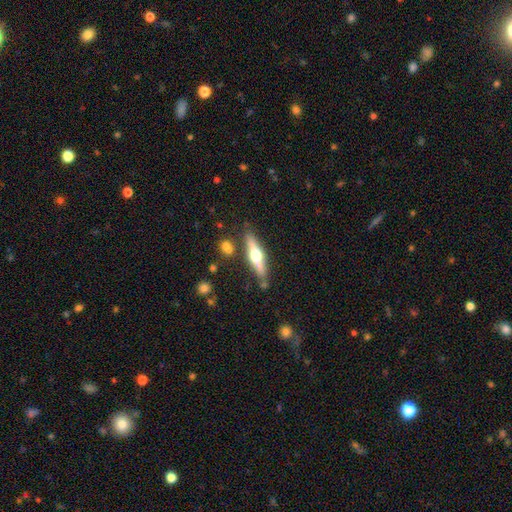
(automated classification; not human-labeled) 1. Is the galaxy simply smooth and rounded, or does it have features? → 59% featured or disk, 36% smooth, 6% star or artifact.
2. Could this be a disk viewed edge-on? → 93% yes, 7% no.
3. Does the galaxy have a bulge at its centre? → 95% rounded, 3% boxy, 2% none.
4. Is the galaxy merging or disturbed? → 78% none, 13% minor disturbance, 6% merger, 3% major disturbance.